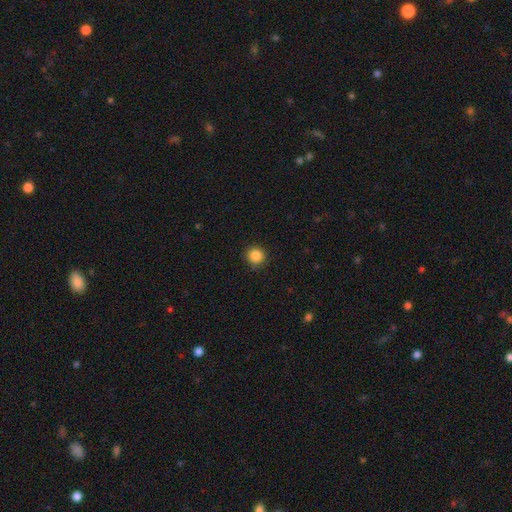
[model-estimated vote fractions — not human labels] Smooth or featured? smooth (87%)
How rounded? round (94%)
Merging? none (91%)